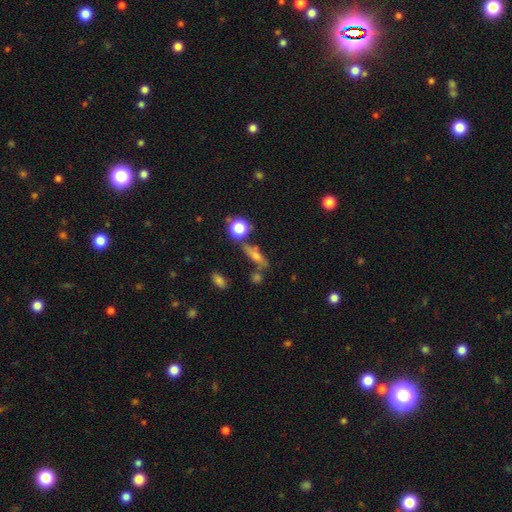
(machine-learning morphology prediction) Q: Smooth or featured?
A: smooth (47%); runner-up: featured or disk (38%)
Q: Merging?
A: none (65%); runner-up: minor disturbance (16%)